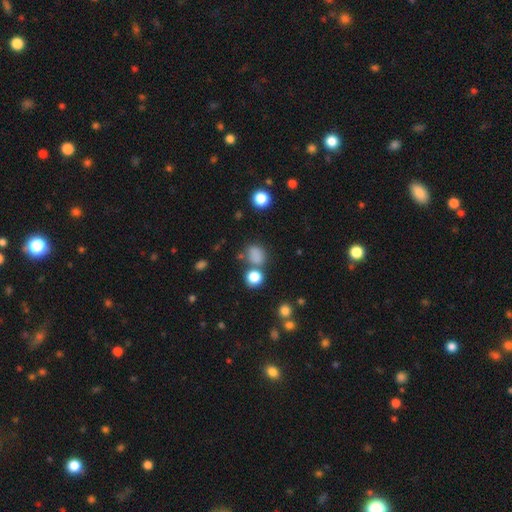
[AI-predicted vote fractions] smooth_or_featured: smooth (p=0.77) [alt: star or artifact p=0.17]
how_rounded: round (p=0.57) [alt: in between p=0.42]
merging: none (p=0.65) [alt: minor disturbance p=0.15]